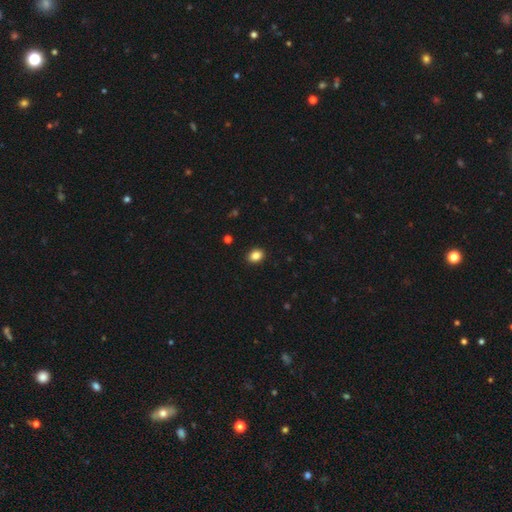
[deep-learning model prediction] This is clearly a smooth galaxy (86%). How rounded: likely in between (63%). Merging: clearly none (90%).